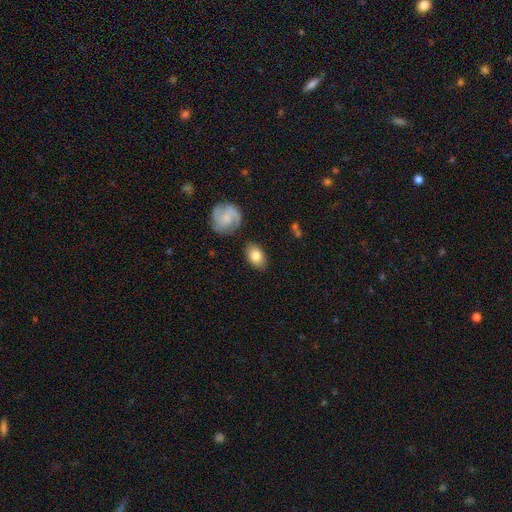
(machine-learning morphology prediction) A smooth galaxy with no disk features (77%) that is in between round and cigar-shaped (83%).

Vote fractions:
- Smooth or featured? smooth: 77% / featured or disk: 16% / star or artifact: 6%
- How rounded? in between: 83% / round: 15% / cigar-shaped: 2%
- Merging? none: 81% / minor disturbance: 13% / merger: 3% / major disturbance: 3%